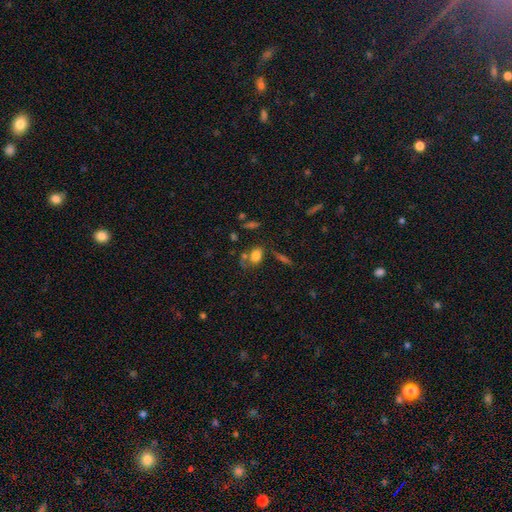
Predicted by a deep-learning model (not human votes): Overall: smooth (76%). How rounded: in between (71%). Merging: none (53%; merger 19%).